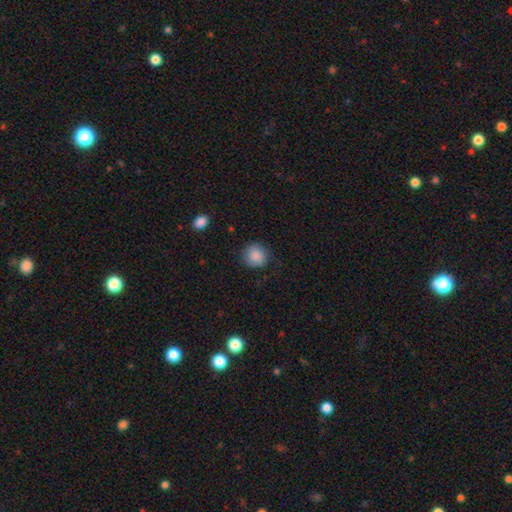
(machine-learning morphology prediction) smooth_or_featured: smooth (p=0.88) [alt: star or artifact p=0.08]
how_rounded: round (p=0.87) [alt: in between p=0.12]
merging: none (p=0.83) [alt: minor disturbance p=0.12]